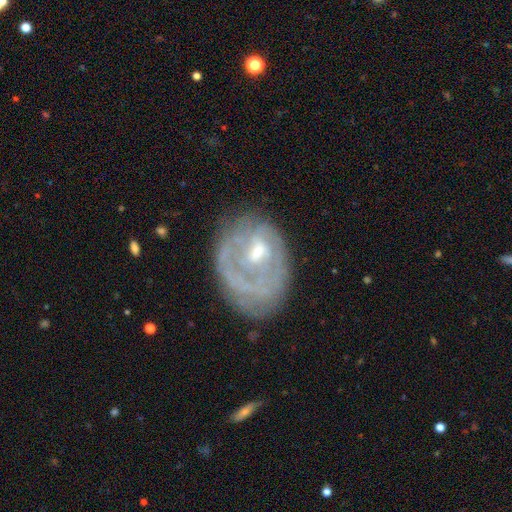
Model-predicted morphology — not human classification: A featured or disk galaxy (70%) with no bar (50%), spiral arms (56%) and a moderate central bulge (53%).

Vote fractions:
- Smooth or featured? featured or disk: 70% / smooth: 22% / star or artifact: 8%
- Edge-on disk? no: 96% / yes: 4%
- Bar? no: 50% / weak: 39% / strong: 10%
- Spiral arms? yes: 56% / no: 44%
- Bulge size? moderate: 53% / small: 38% / none: 4% / large: 3% / dominant: 1%
- Merging? none: 53% / minor disturbance: 25% / major disturbance: 19% / merger: 3%